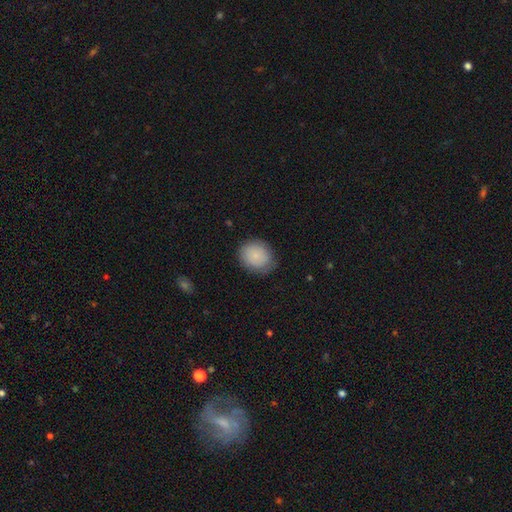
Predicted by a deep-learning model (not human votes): Smooth or featured? smooth (85%)
How rounded? round (68%)
Merging? none (75%)